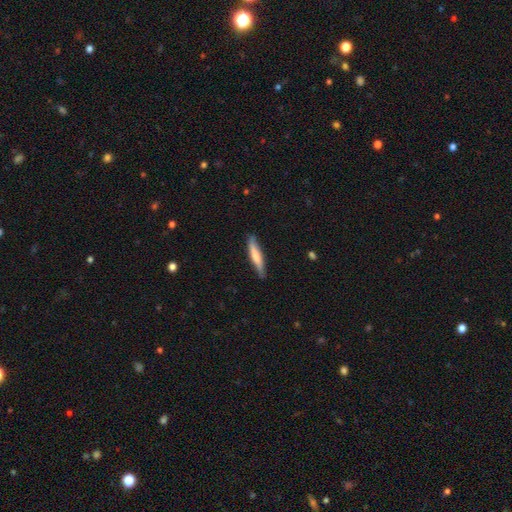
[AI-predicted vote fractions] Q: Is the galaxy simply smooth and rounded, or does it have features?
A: smooth — 64%.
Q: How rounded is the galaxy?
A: cigar-shaped — 89%.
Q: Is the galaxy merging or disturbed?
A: none — 82%.